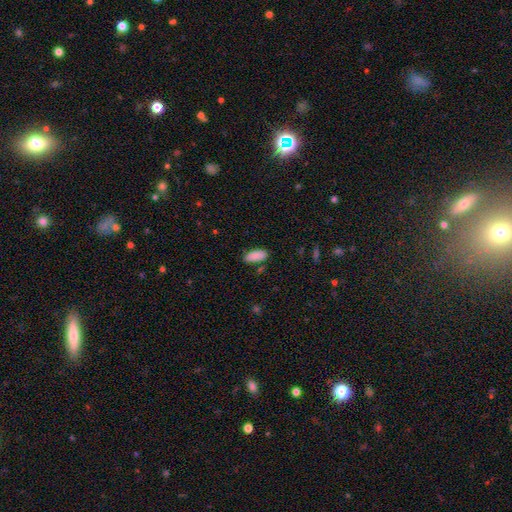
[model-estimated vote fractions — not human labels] The model was most divided on "merging": none: 81%, minor disturbance: 13%, merger: 3%, major disturbance: 3%. More confident: how rounded — in between (89%); smooth or featured — smooth (88%).